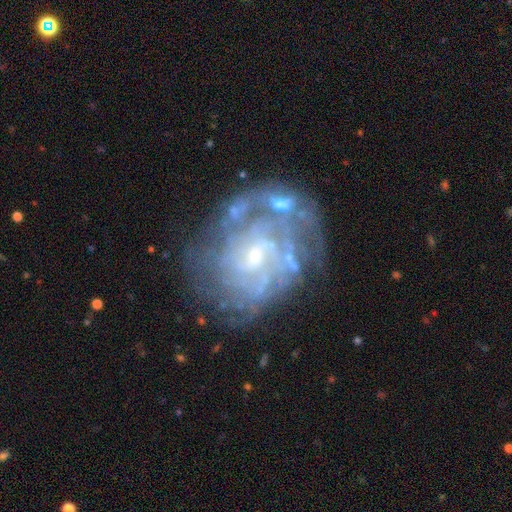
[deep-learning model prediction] A featured or disk galaxy (81%) with no bar (48%), tight (62%) spiral arms (81%) and a small central bulge (60%).

Vote fractions:
- Smooth or featured? featured or disk: 81% / smooth: 11% / star or artifact: 9%
- Edge-on disk? no: 97% / yes: 3%
- Bar? no: 48% / weak: 43% / strong: 9%
- Spiral arms? yes: 81% / no: 19%
- Spiral winding? tight: 62% / medium: 28% / loose: 10%
- Spiral arm count? can't tell: 53% / 2: 12% / 3: 12% / 4: 10% / more than 4: 7% / 1: 5%
- Bulge size? small: 60% / moderate: 29% / none: 8% / large: 2% / dominant: 1%
- Merging? none: 57% / minor disturbance: 21% / major disturbance: 15% / merger: 7%